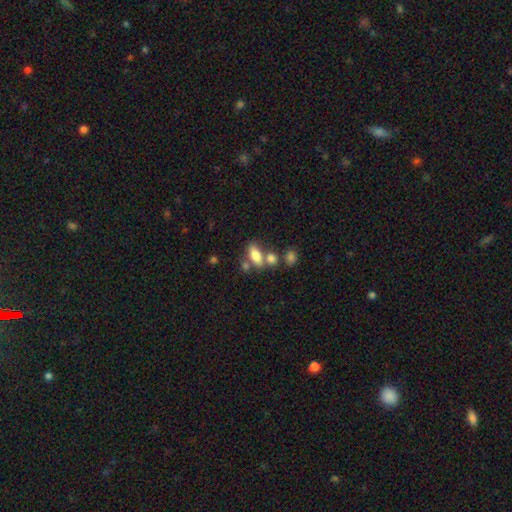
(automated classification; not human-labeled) smooth 75%, featured or disk 16%, star or artifact 9%. Down the decision tree: how rounded — in between (78%); merging — none (52%).